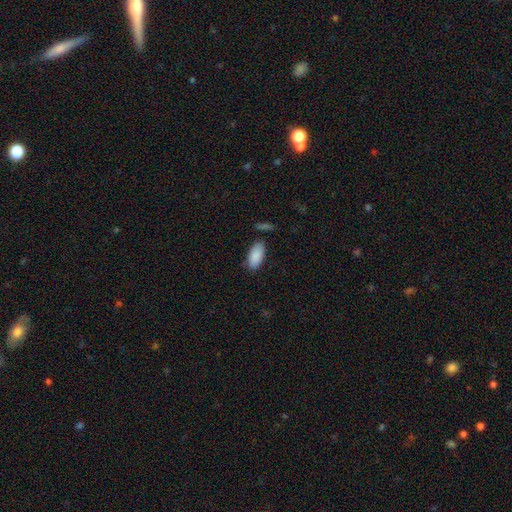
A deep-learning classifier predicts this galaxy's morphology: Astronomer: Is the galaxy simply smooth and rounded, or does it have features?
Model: smooth — 89%.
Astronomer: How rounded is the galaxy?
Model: in between — 93%.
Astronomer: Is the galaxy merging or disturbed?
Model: none — 78%.